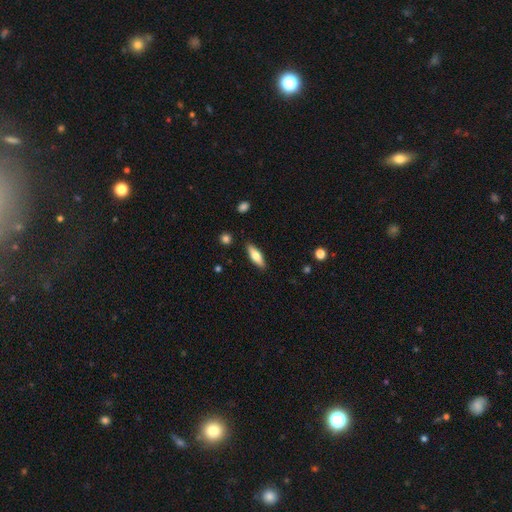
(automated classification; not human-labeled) Q: Smooth or featured?
A: smooth (63%); runner-up: featured or disk (31%)
Q: How rounded?
A: in between (50%); runner-up: cigar-shaped (48%)
Q: Merging?
A: none (87%); runner-up: minor disturbance (9%)